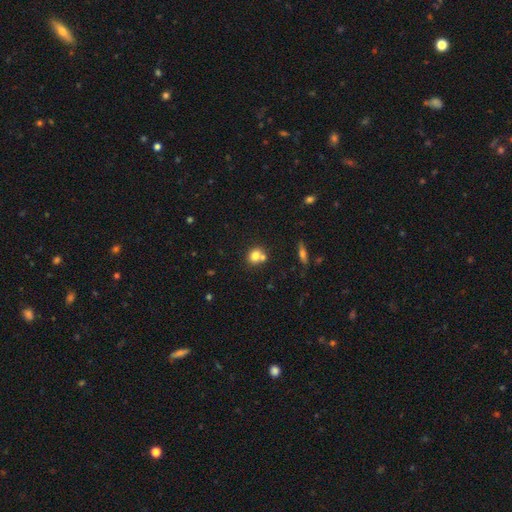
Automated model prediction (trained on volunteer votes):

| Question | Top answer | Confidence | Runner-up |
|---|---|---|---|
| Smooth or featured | smooth | 75% | featured or disk (14%) |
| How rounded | round | 79% | in between (20%) |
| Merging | none | 52% | merger (36%) |